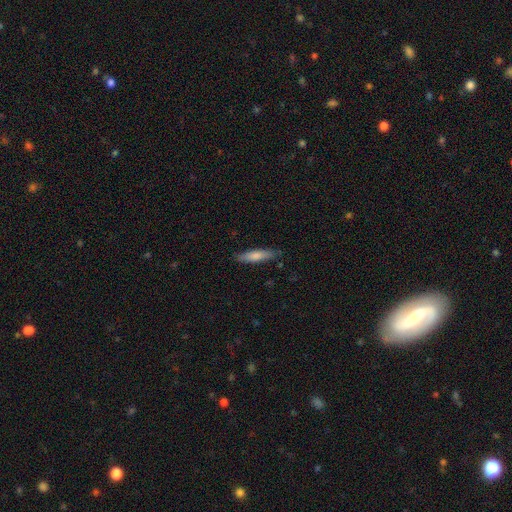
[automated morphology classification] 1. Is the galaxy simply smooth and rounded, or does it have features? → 73% smooth, 21% featured or disk, 6% star or artifact.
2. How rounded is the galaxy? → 79% cigar-shaped, 19% in between, 1% round.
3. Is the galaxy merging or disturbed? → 85% none, 12% minor disturbance, 2% major disturbance, 1% merger.